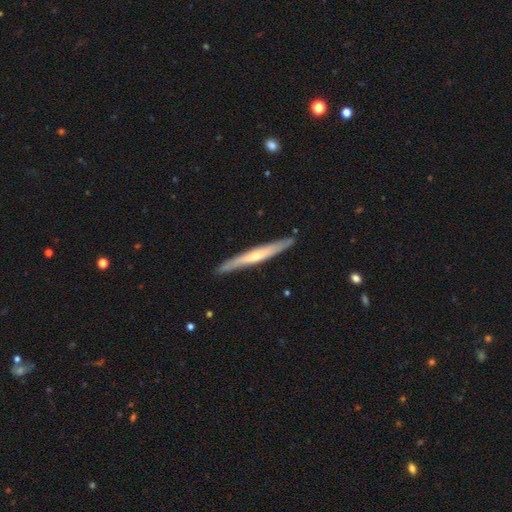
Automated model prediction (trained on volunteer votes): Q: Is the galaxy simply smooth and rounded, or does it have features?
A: featured or disk — 58%.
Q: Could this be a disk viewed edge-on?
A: yes — 92%.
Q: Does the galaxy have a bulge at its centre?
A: rounded — 59%.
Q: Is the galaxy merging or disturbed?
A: none — 88%.